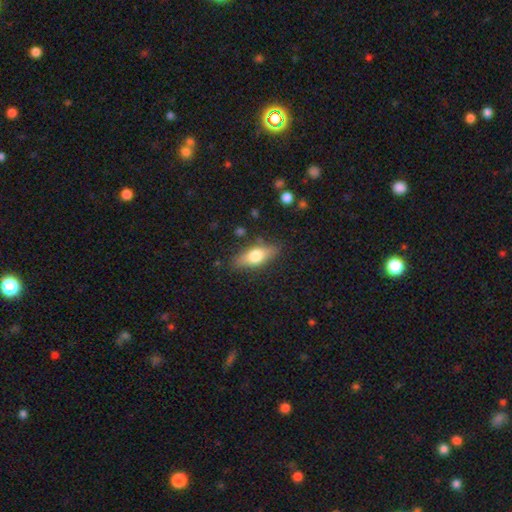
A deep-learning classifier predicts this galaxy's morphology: A smooth galaxy with no disk features (65%) that is in between round and cigar-shaped (70%).

Vote fractions:
- Smooth or featured? smooth: 65% / featured or disk: 28% / star or artifact: 7%
- How rounded? in between: 70% / cigar-shaped: 26% / round: 4%
- Merging? none: 81% / minor disturbance: 14% / major disturbance: 3% / merger: 2%